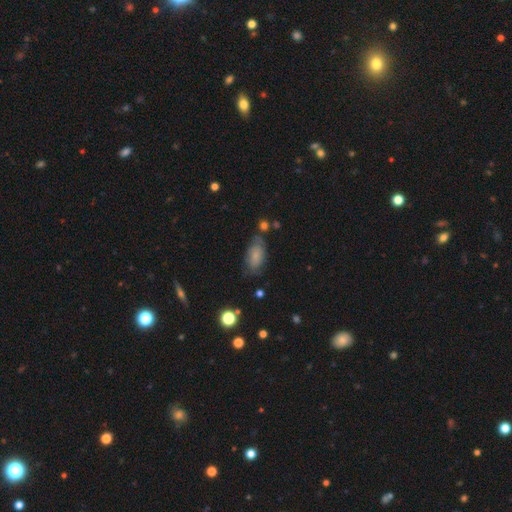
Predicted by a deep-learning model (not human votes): Smooth or featured: smooth — 65% (featured or disk — 26%)
How rounded: in between — 91% (cigar-shaped — 5%)
Merging: none — 60% (minor disturbance — 27%)